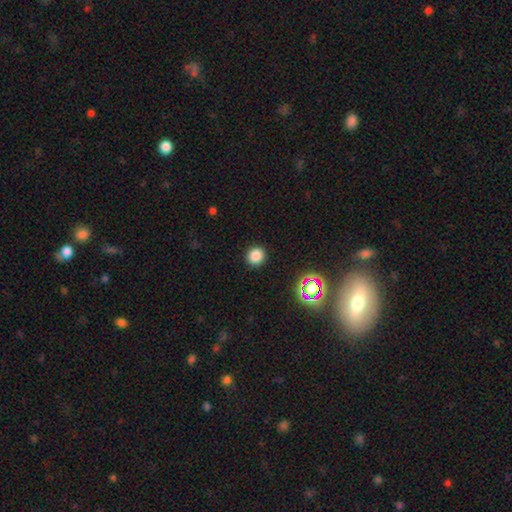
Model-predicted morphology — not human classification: This appears to be a smooth galaxy with no disk features (81%) that is round (89%). Merging: none (91%).